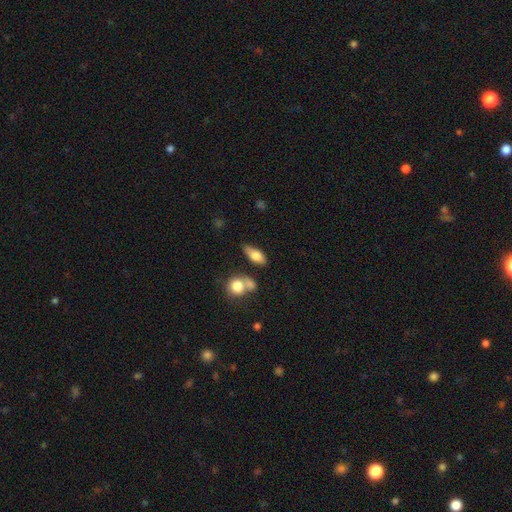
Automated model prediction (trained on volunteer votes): Overall: smooth (74%). How rounded: in between (82%). Merging: none (58%; minor disturbance 20%).